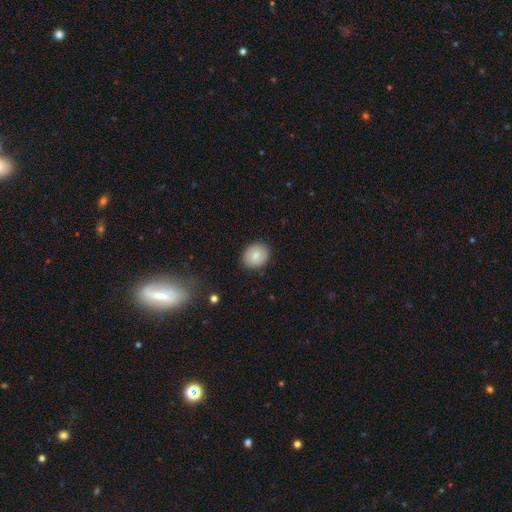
smooth-or-featured: smooth: 86% | star or artifact: 11% | featured or disk: 3%
  how-rounded: round: 56% | in between: 44% | cigar-shaped: 0%
  merging: none: 82% | minor disturbance: 12% | major disturbance: 6% | merger: 0%